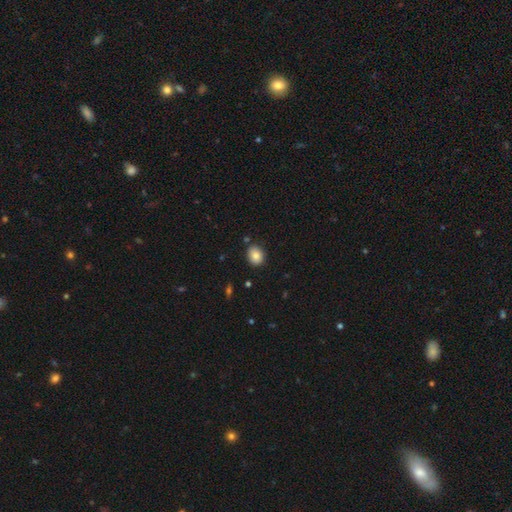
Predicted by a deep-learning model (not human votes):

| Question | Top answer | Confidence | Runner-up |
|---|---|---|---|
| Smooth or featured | smooth | 85% | star or artifact (9%) |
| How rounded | round | 55% | in between (44%) |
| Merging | none | 85% | minor disturbance (10%) |